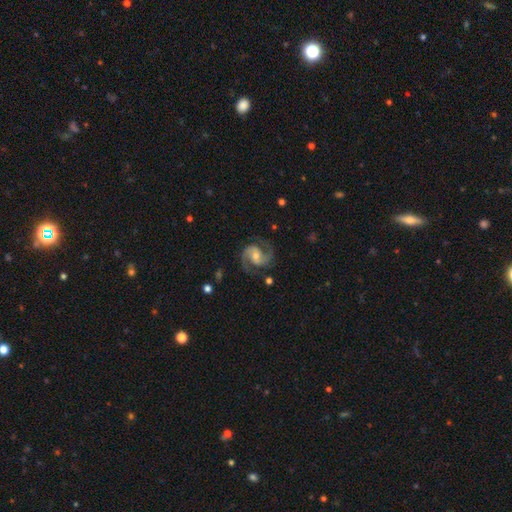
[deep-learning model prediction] A featured or disk galaxy (90%) with a weak bar (44%), 2 (93%) medium (61%) spiral arms (98%) and a moderate central bulge (51%). Merging: none (79%).